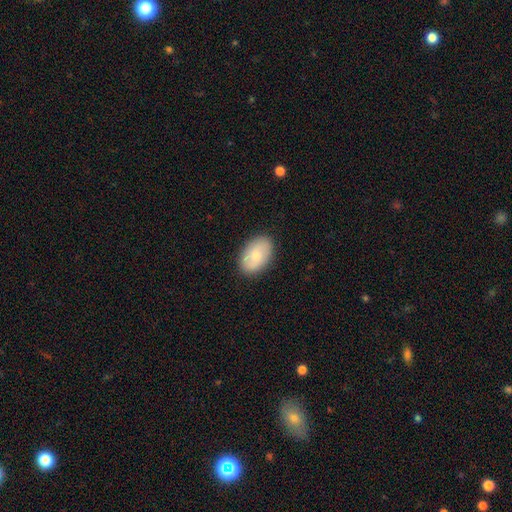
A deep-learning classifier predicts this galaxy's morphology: Smooth or featured? Predicted: smooth (p=0.68). How rounded? Predicted: in between (p=0.90). Merging? Predicted: none (p=0.86).